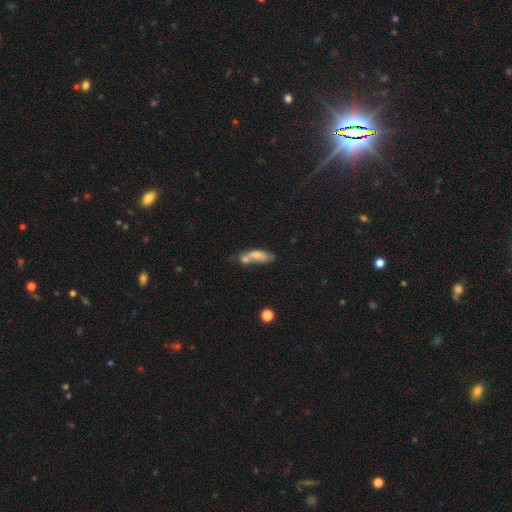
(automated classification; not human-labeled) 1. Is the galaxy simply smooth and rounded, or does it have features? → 66% smooth, 25% featured or disk, 9% star or artifact.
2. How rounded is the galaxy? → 65% in between, 31% cigar-shaped, 4% round.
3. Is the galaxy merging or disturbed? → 50% merger, 26% none, 15% minor disturbance, 9% major disturbance.